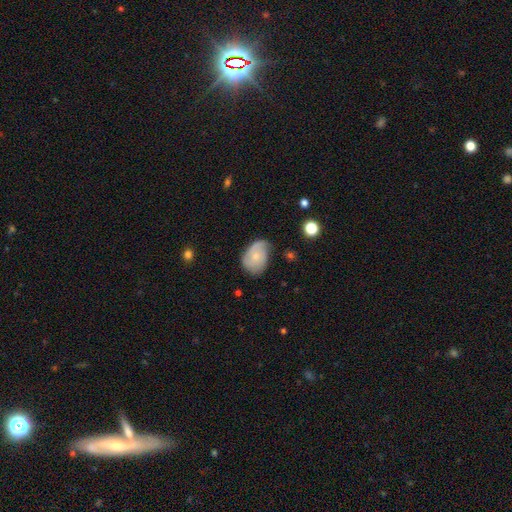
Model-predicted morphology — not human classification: smooth_or_featured: featured or disk (p=0.47) [alt: smooth p=0.46]
merging: none (p=0.45) [alt: minor disturbance p=0.38]